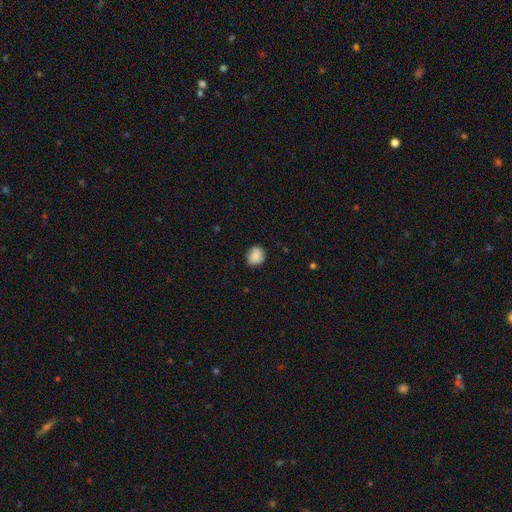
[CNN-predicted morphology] Smooth or featured?
  - smooth: 85% *
  - star or artifact: 8%
  - featured or disk: 7%
How rounded?
  - round: 72% *
  - in between: 27%
  - cigar-shaped: 1%
Merging?
  - none: 83% *
  - minor disturbance: 14%
  - major disturbance: 3%
  - merger: 1%